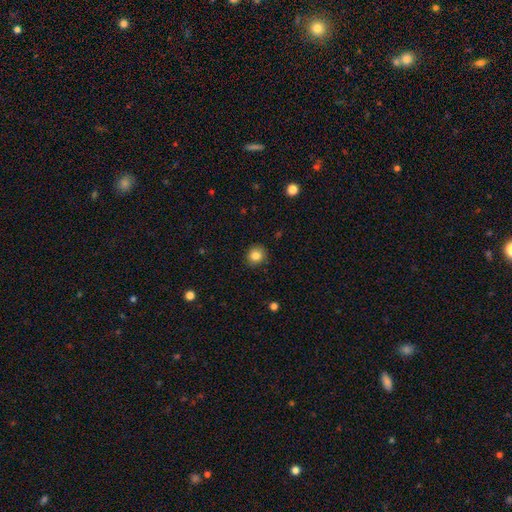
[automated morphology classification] smooth_or_featured: smooth (p=0.84) [alt: star or artifact p=0.11]
how_rounded: round (p=0.86) [alt: in between p=0.13]
merging: none (p=0.89) [alt: minor disturbance p=0.08]